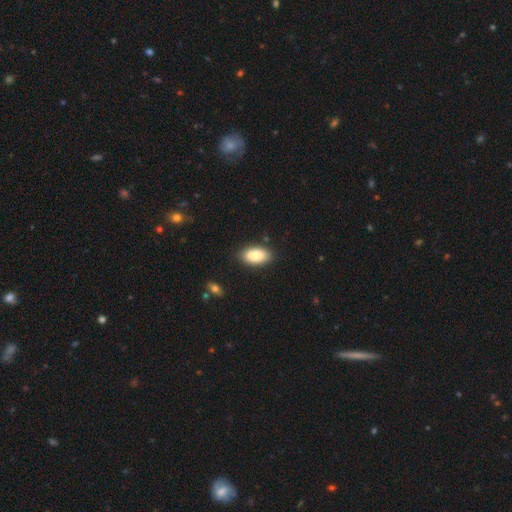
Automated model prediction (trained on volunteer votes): Overall: smooth (84%). How rounded: in between (93%). Merging: none (83%).